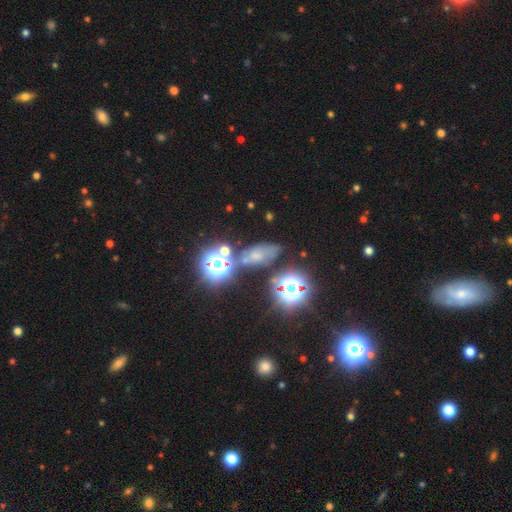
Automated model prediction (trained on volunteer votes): smooth 41% (tied), star or artifact 41% (tied), featured or disk 19%. Down the decision tree: merging — none (63%).